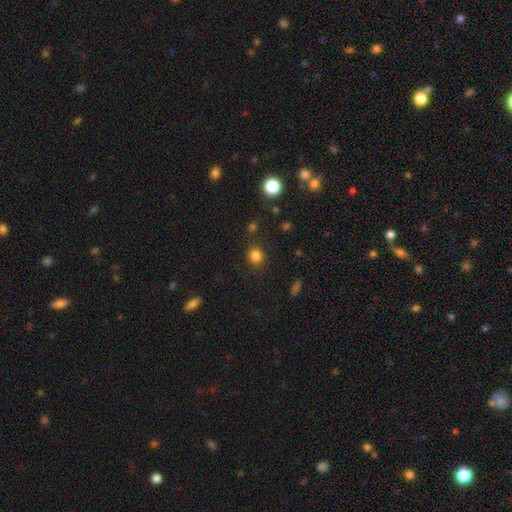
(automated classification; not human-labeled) Smooth or featured?
  - smooth: 82% *
  - star or artifact: 14%
  - featured or disk: 4%
How rounded?
  - round: 83% *
  - in between: 16%
  - cigar-shaped: 1%
Merging?
  - none: 85% *
  - minor disturbance: 9%
  - major disturbance: 3%
  - merger: 3%